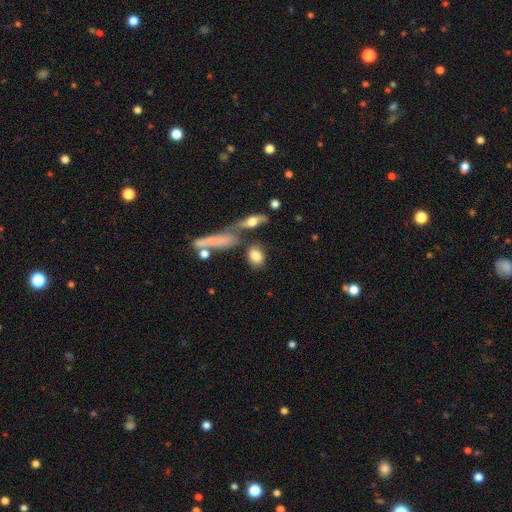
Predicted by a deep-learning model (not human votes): This appears to be a smooth galaxy with no disk features (79%) that is in between round and cigar-shaped (71%). Merging: none (60%).